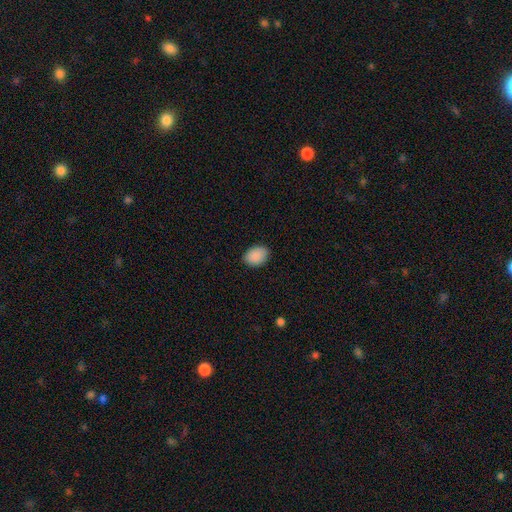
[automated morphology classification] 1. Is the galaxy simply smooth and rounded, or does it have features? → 90% smooth, 7% star or artifact, 3% featured or disk.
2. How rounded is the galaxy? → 71% in between, 28% round, 1% cigar-shaped.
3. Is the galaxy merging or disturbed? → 86% none, 11% minor disturbance, 2% major disturbance, 1% merger.